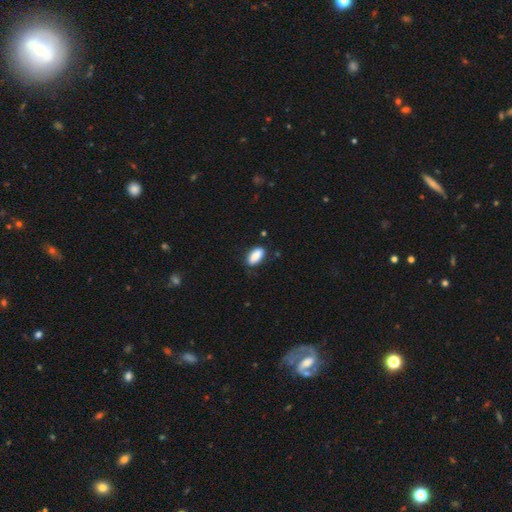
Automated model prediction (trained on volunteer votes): smooth-or-featured: smooth: 88% | star or artifact: 7% | featured or disk: 5%
  how-rounded: in between: 92% | cigar-shaped: 5% | round: 3%
  merging: none: 78% | minor disturbance: 17% | major disturbance: 3% | merger: 2%